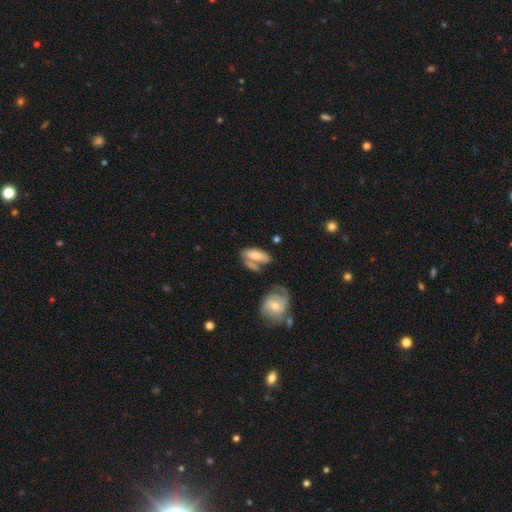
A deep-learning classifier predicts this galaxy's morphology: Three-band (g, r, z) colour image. It shows a smooth galaxy with no disk features (63%) that is in between round and cigar-shaped (75%). Merging: none (39%).